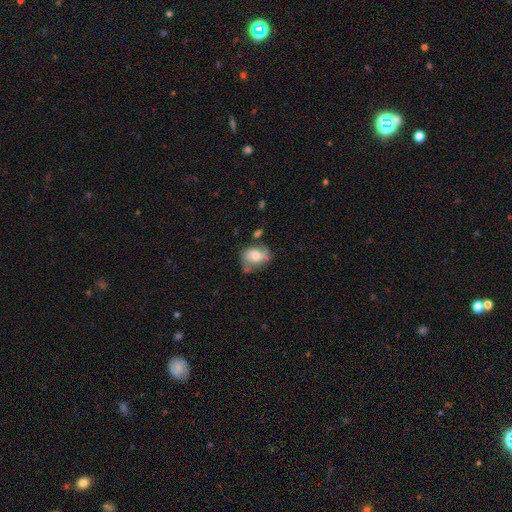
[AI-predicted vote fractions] Smooth or featured: smooth — 53% (featured or disk — 39%)
How rounded: in between — 68% (round — 31%)
Merging: none — 42% (minor disturbance — 31%)